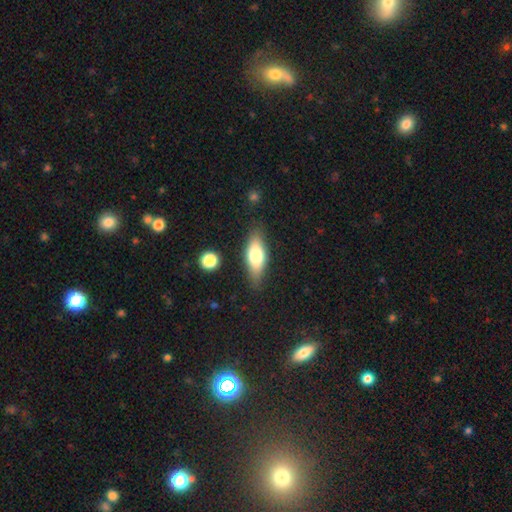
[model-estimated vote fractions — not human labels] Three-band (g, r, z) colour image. It shows a smooth galaxy with no disk features (70%) that is in between round and cigar-shaped (73%). Merging: none (80%).